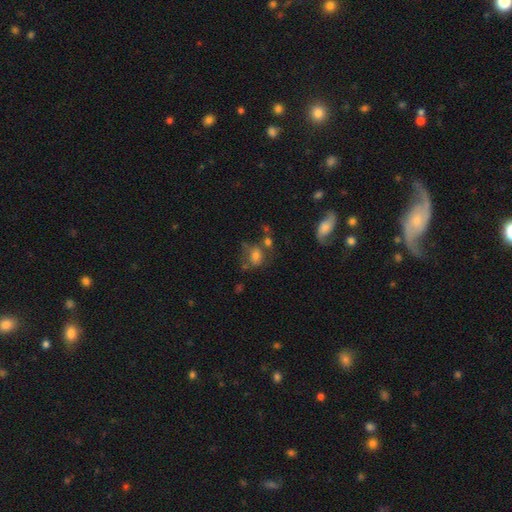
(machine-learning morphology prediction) Overall: smooth (64%). How rounded: in between (57%; round 41%). Merging: none (41%; merger 25%).